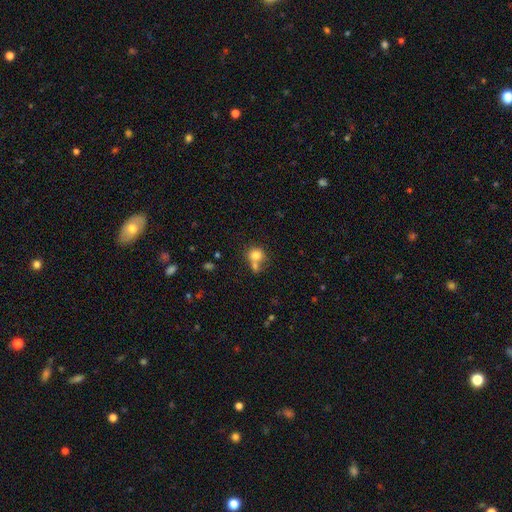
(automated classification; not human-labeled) Smooth or featured? smooth (78%)
How rounded? round (81%)
Merging? merger (44%)